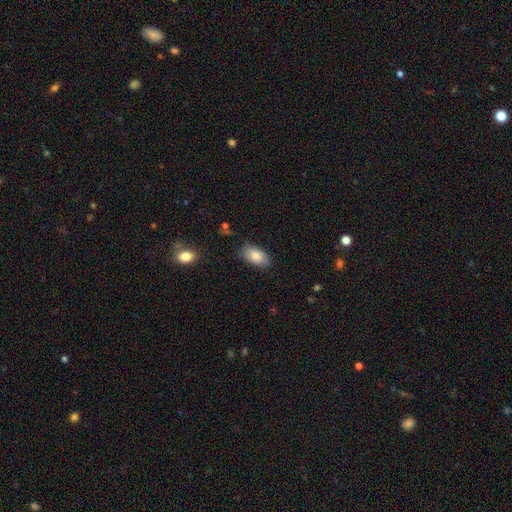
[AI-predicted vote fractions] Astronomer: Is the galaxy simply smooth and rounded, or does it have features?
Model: smooth — 84%.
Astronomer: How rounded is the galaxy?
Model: in between — 94%.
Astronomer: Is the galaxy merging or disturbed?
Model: none — 79%.